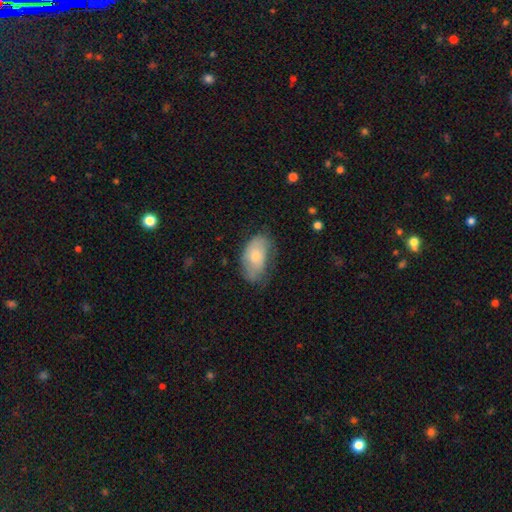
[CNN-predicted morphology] A smooth galaxy with no disk features (71%) that is in between round and cigar-shaped (92%). Merging: none (54%).